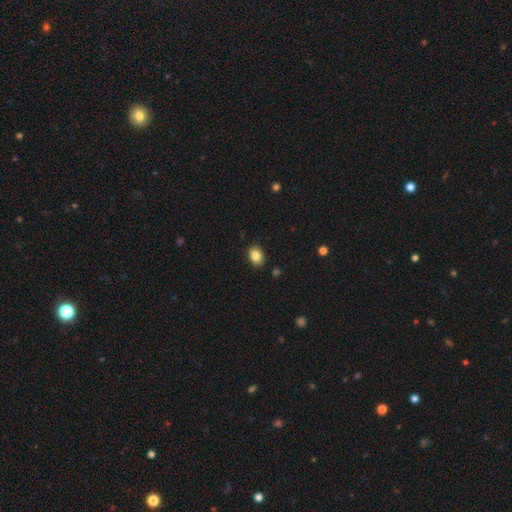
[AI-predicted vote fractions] Smooth or featured?
  - smooth: 85% *
  - star or artifact: 9%
  - featured or disk: 6%
How rounded?
  - in between: 70% *
  - round: 29%
  - cigar-shaped: 1%
Merging?
  - none: 88% *
  - minor disturbance: 9%
  - major disturbance: 2%
  - merger: 1%